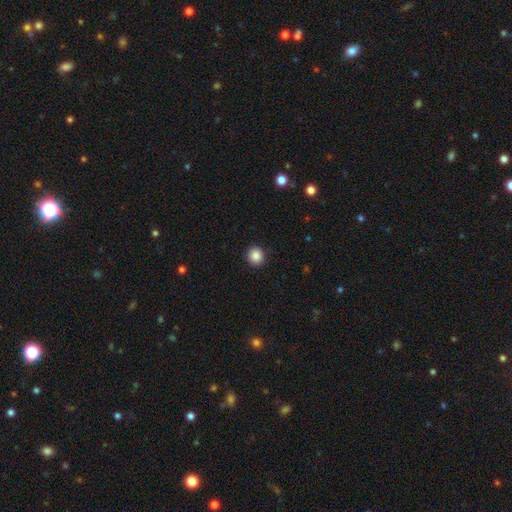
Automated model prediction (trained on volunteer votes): smooth 87%, star or artifact 9%, featured or disk 4%. Down the decision tree: how rounded — round (91%); merging — none (92%).